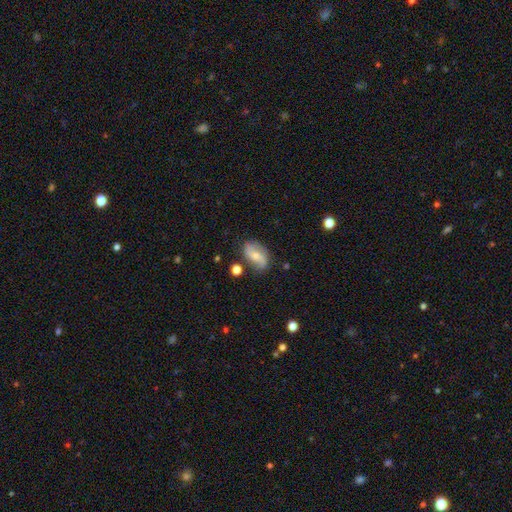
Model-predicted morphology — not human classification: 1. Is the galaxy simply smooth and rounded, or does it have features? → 58% featured or disk, 34% smooth, 7% star or artifact.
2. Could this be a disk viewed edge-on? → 96% no, 4% yes.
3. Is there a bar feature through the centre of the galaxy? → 51% no, 34% weak, 15% strong.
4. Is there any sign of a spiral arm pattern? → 87% yes, 13% no.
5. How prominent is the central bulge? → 56% small, 37% moderate, 5% none, 2% large, 1% dominant.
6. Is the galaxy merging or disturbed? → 72% none, 19% minor disturbance, 5% major disturbance, 4% merger.